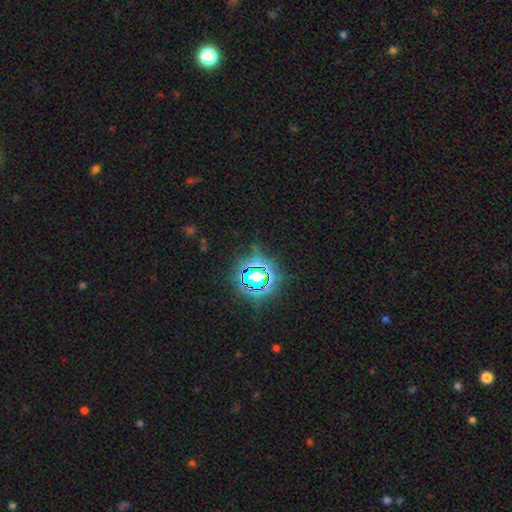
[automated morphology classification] Overall: star or artifact (78%).